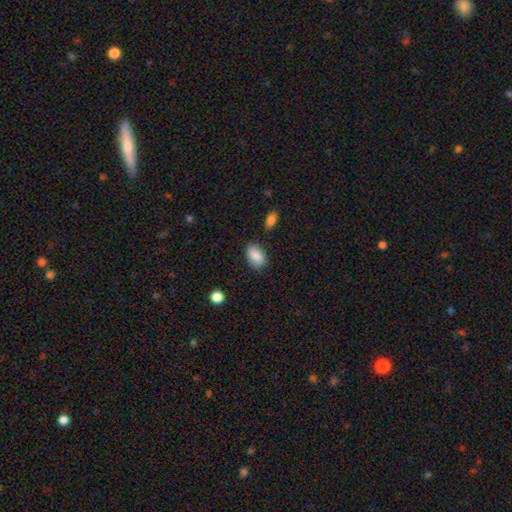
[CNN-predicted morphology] Overall: smooth (87%). How rounded: in between (91%). Merging: none (81%).